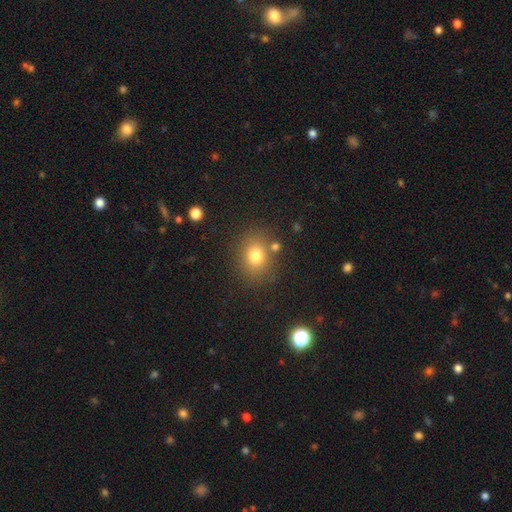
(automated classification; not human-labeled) Smooth or featured? Predicted: smooth (p=0.77). How rounded? Predicted: round (p=0.56). Merging? Predicted: none (p=0.78).